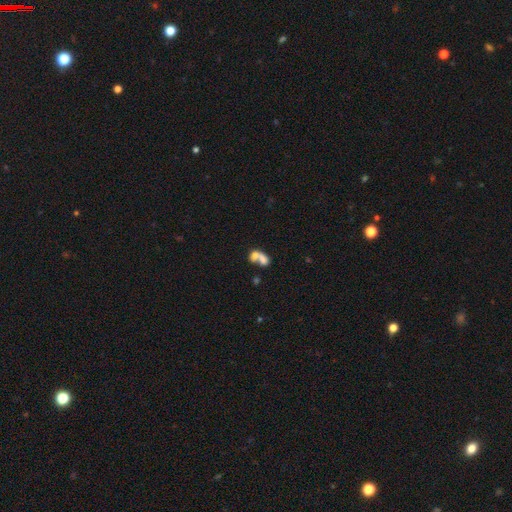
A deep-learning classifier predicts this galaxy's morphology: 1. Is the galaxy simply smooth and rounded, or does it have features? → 65% smooth, 24% featured or disk, 11% star or artifact.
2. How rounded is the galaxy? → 71% in between, 24% round, 5% cigar-shaped.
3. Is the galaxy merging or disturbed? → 69% merger, 17% none, 8% major disturbance, 6% minor disturbance.